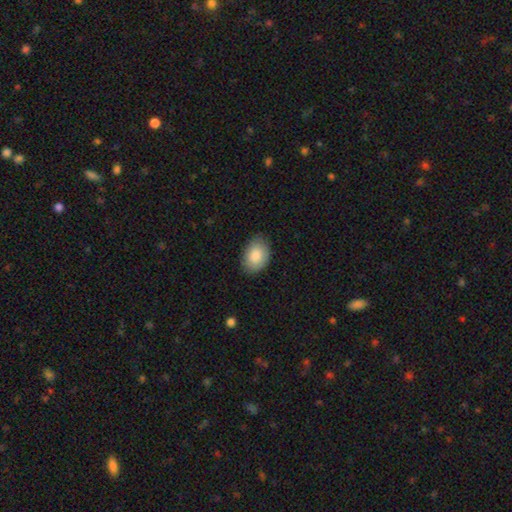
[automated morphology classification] smooth-or-featured: smooth: 86% | featured or disk: 7% | star or artifact: 6%
  how-rounded: in between: 85% | round: 14% | cigar-shaped: 1%
  merging: none: 82% | minor disturbance: 15% | major disturbance: 3% | merger: 1%